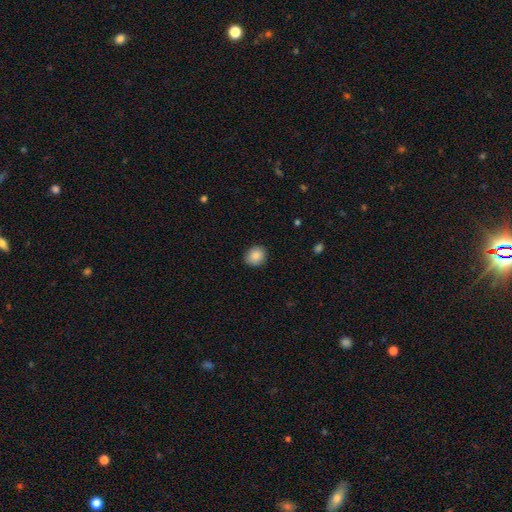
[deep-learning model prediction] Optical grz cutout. It shows a smooth galaxy with no disk features (88%) that is round (71%). Merging: none (88%).